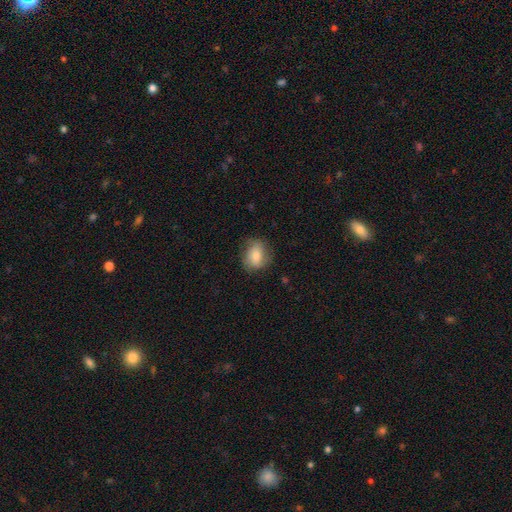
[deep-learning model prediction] Smooth or featured? smooth (68%)
How rounded? in between (55%)
Merging? none (70%)